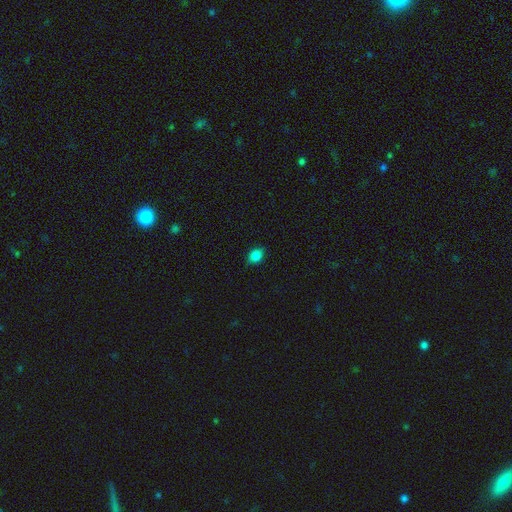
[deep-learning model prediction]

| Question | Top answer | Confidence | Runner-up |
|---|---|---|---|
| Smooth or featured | smooth | 85% | star or artifact (10%) |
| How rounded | in between | 69% | round (30%) |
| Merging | none | 85% | minor disturbance (12%) |